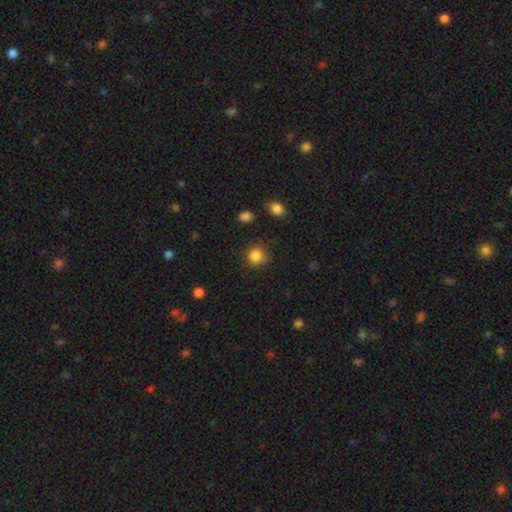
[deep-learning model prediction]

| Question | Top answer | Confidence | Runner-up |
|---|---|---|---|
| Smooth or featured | smooth | 85% | star or artifact (10%) |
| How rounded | round | 91% | in between (8%) |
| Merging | none | 85% | minor disturbance (10%) |